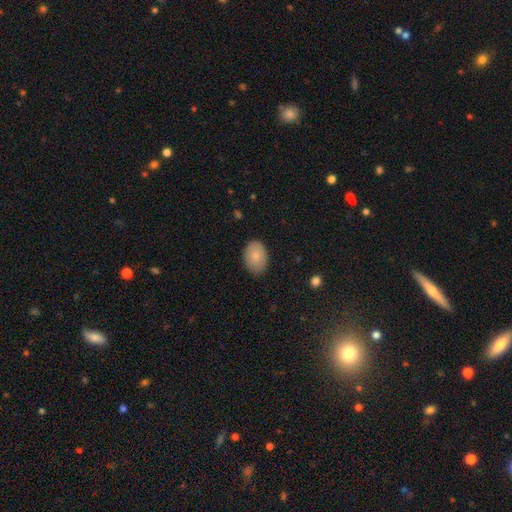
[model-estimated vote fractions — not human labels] A smooth galaxy with no disk features (82%) that is in between round and cigar-shaped (80%). Merging: none (85%).